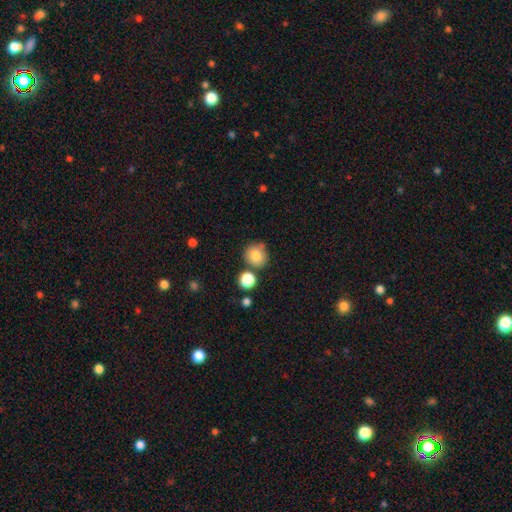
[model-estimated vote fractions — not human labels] smooth_or_featured: smooth (p=0.82) [alt: star or artifact p=0.10]
how_rounded: round (p=0.89) [alt: in between p=0.10]
merging: none (p=0.72) [alt: merger p=0.13]